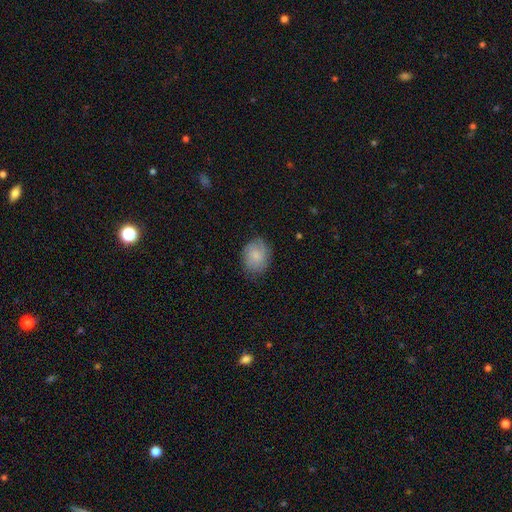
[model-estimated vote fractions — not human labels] Smooth or featured?
  - smooth: 71% *
  - featured or disk: 21%
  - star or artifact: 7%
How rounded?
  - in between: 57% *
  - round: 42%
  - cigar-shaped: 1%
Merging?
  - none: 72% *
  - minor disturbance: 21%
  - major disturbance: 5%
  - merger: 1%